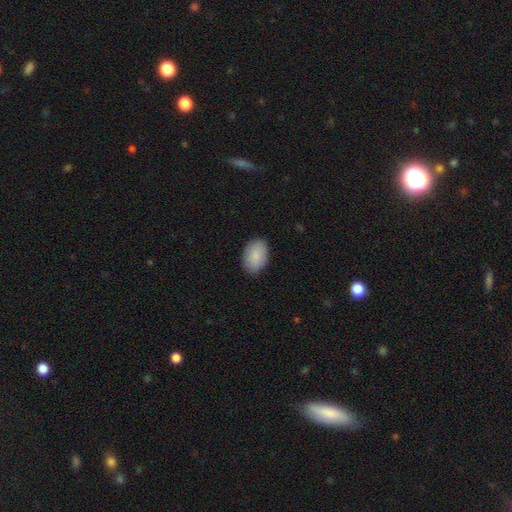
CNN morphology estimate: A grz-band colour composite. It shows a smooth galaxy with no disk features (88%) that is in between round and cigar-shaped (90%). Merging: none (87%).